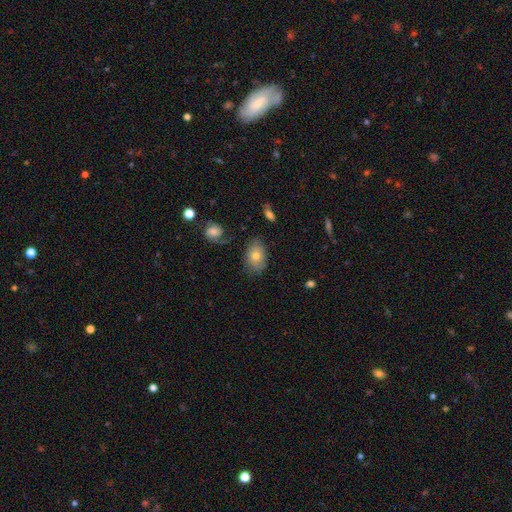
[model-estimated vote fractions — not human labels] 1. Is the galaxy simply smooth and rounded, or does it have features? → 69% smooth, 23% featured or disk, 8% star or artifact.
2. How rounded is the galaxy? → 80% in between, 19% round, 1% cigar-shaped.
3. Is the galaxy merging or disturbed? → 70% none, 20% minor disturbance, 8% major disturbance, 3% merger.